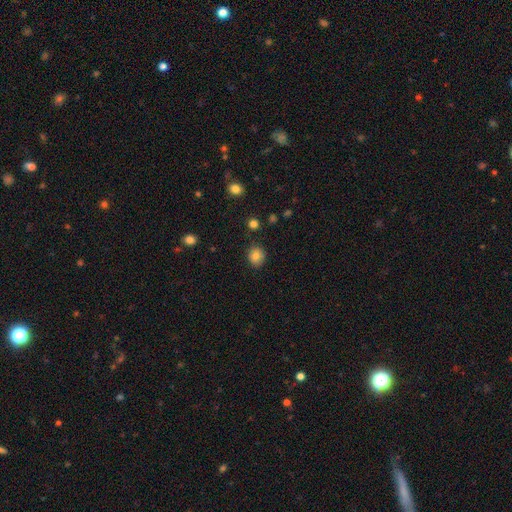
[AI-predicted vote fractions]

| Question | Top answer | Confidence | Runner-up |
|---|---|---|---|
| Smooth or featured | smooth | 80% | star or artifact (11%) |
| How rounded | round | 80% | in between (19%) |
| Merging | none | 85% | minor disturbance (10%) |